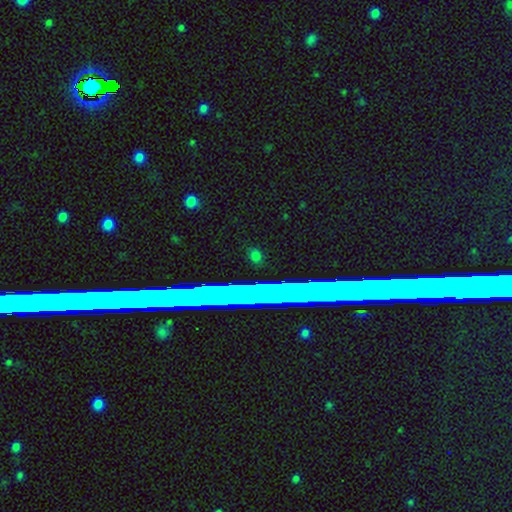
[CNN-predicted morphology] Smooth or featured? Predicted: star or artifact (p=0.44).